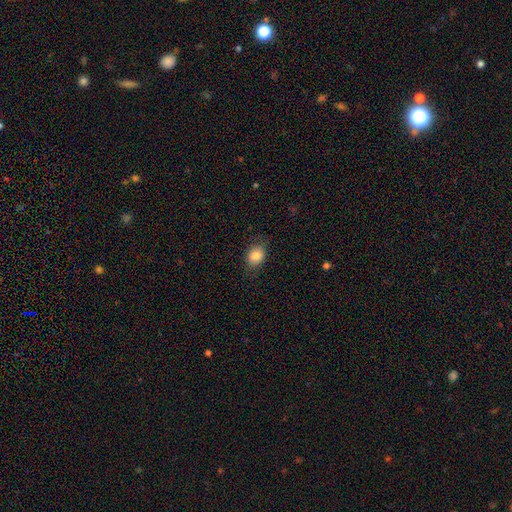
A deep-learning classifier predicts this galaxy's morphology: This is clearly a smooth galaxy (84%). How rounded: possibly in between (57%). Merging: likely none (80%).